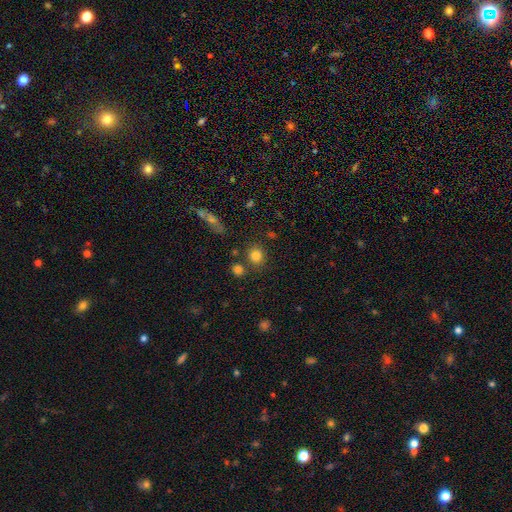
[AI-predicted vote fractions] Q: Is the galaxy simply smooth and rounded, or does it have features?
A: smooth — 81%.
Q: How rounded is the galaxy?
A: round — 81%.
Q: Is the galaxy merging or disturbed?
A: none — 76%.